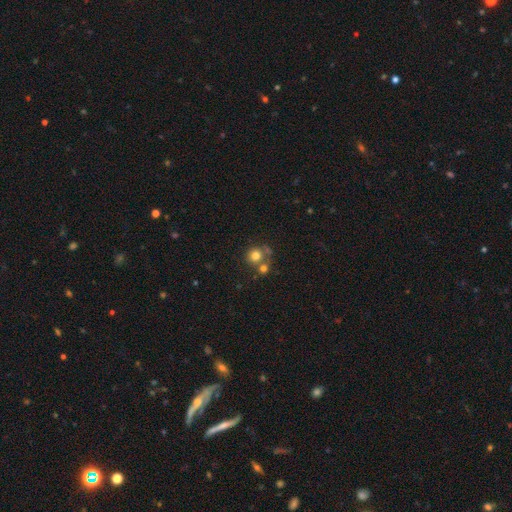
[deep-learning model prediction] smooth_or_featured: smooth (p=0.76) [alt: star or artifact p=0.12]
how_rounded: round (p=0.88) [alt: in between p=0.12]
merging: none (p=0.55) [alt: merger p=0.30]